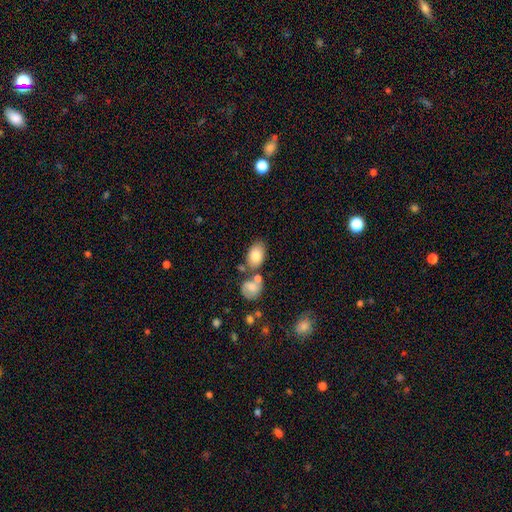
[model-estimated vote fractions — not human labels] Morphology: type=smooth (79%); roundness=in between (86%); merging=none (60%).